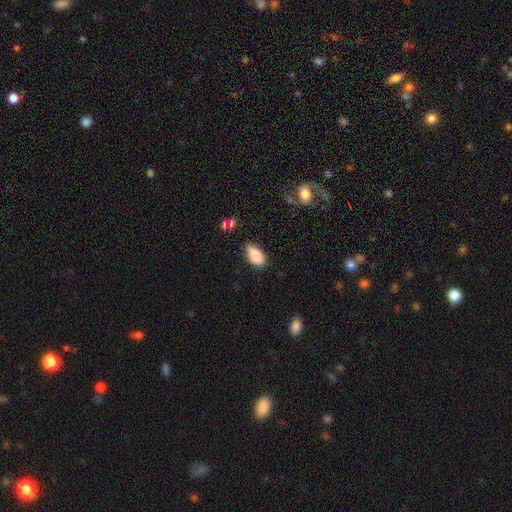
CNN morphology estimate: smooth-or-featured: smooth: 88% | star or artifact: 7% | featured or disk: 5%
  how-rounded: in between: 93% | cigar-shaped: 4% | round: 3%
  merging: none: 73% | minor disturbance: 21% | major disturbance: 4% | merger: 2%